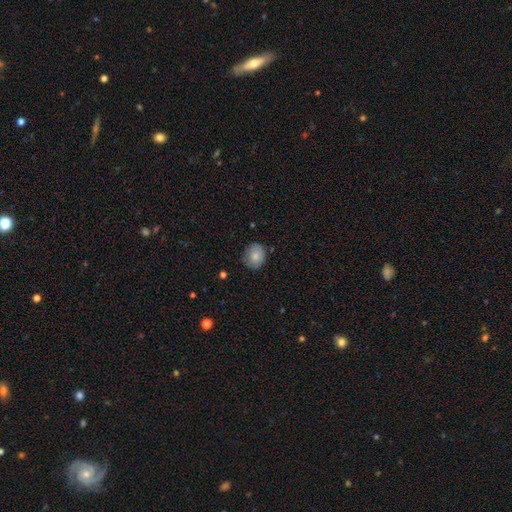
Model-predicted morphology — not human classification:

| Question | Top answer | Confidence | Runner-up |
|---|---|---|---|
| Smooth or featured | smooth | 81% | featured or disk (11%) |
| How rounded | round | 73% | in between (26%) |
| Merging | none | 78% | minor disturbance (18%) |